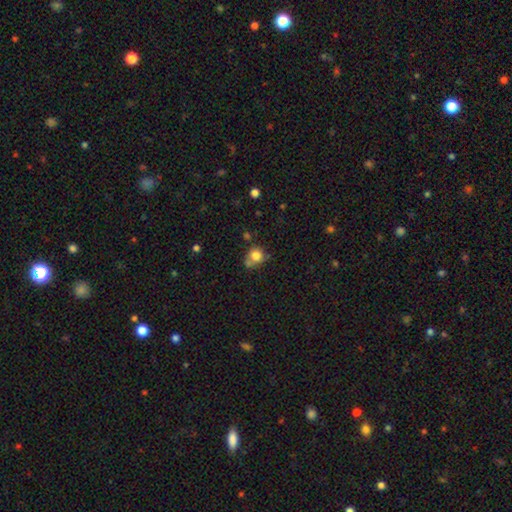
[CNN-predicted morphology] type=smooth (79%); roundness=round (81%); merging=none (49%).